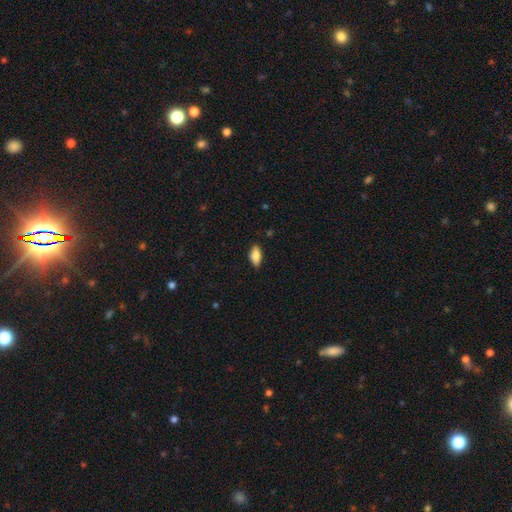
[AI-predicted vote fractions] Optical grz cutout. It shows a smooth galaxy with no disk features (81%) that is in between round and cigar-shaped (85%). Merging: none (85%).